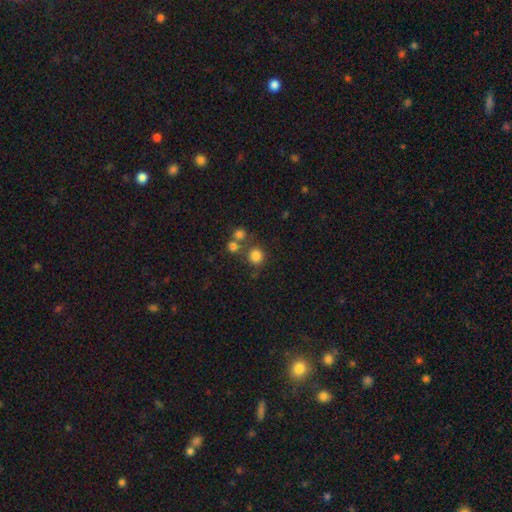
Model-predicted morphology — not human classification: This appears to be a smooth galaxy with no disk features (80%) that is round (88%). Merging: none (67%).